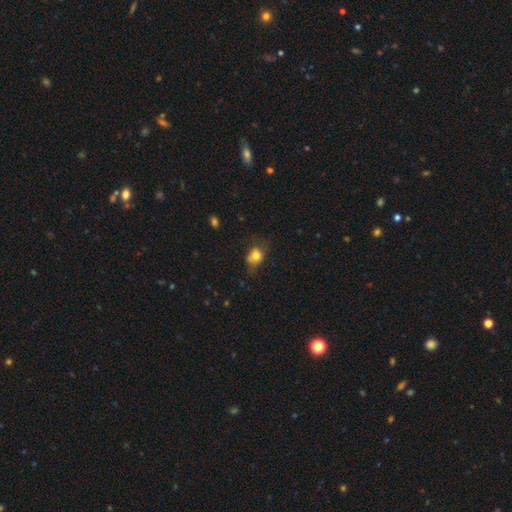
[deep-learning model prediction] This appears to be a smooth galaxy with no disk features (76%) that is in between round and cigar-shaped (61%). Merging: none (52%).